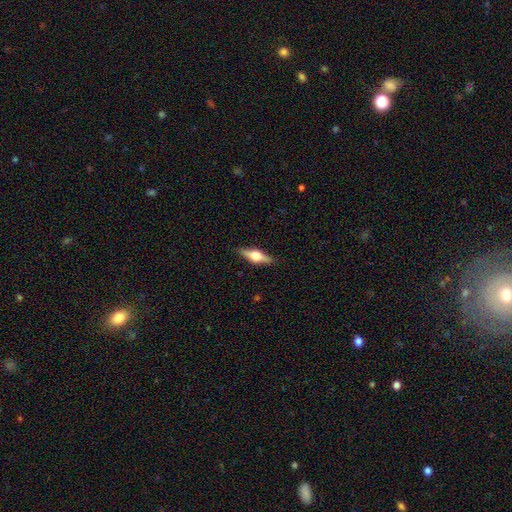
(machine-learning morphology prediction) type=featured or disk (62%); edge-on=yes (95%); edge-on bulge=rounded (94%); merging=none (88%).